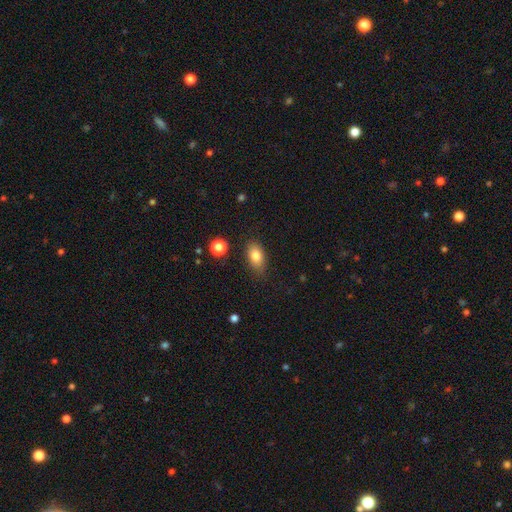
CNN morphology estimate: smooth_or_featured: smooth (p=0.82) [alt: featured or disk p=0.09]
how_rounded: in between (p=0.86) [alt: round p=0.09]
merging: none (p=0.80) [alt: minor disturbance p=0.14]